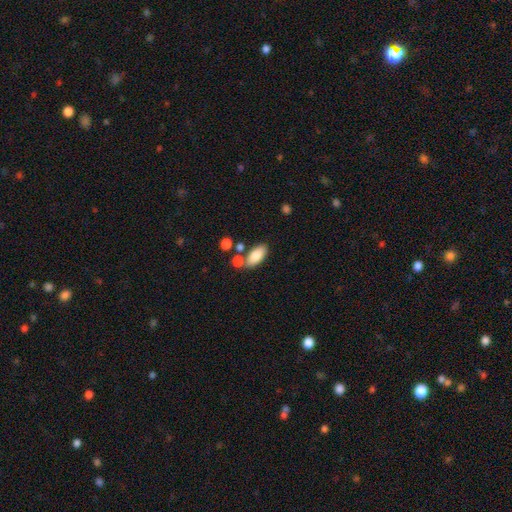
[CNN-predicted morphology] A smooth galaxy with no disk features (83%) that is in between round and cigar-shaped (89%).

Vote fractions:
- Smooth or featured? smooth: 83% / featured or disk: 10% / star or artifact: 7%
- How rounded? in between: 89% / cigar-shaped: 8% / round: 3%
- Merging? none: 70% / merger: 14% / minor disturbance: 12% / major disturbance: 4%